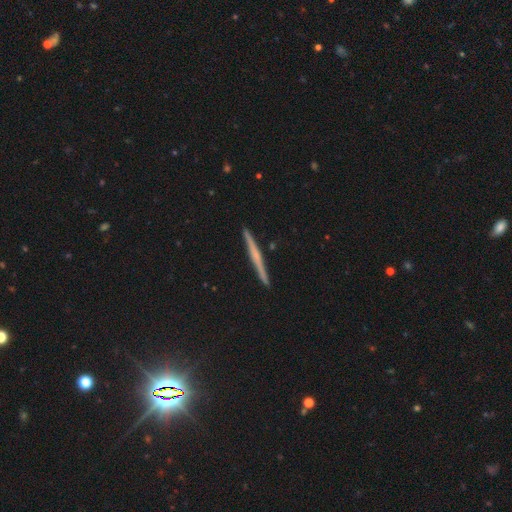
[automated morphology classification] This appears to be a featured or disk galaxy (60%) viewed edge-on (98%) with no central bulge (66%). Merging: none (93%).